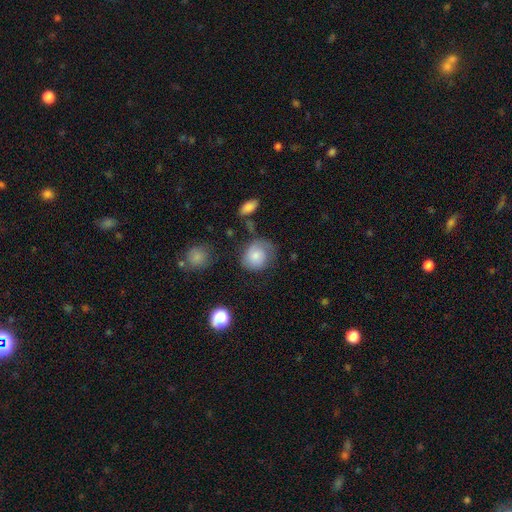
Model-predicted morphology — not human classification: This is likely a smooth galaxy (73%). How rounded: likely round (69%). Merging: possibly none (53%).